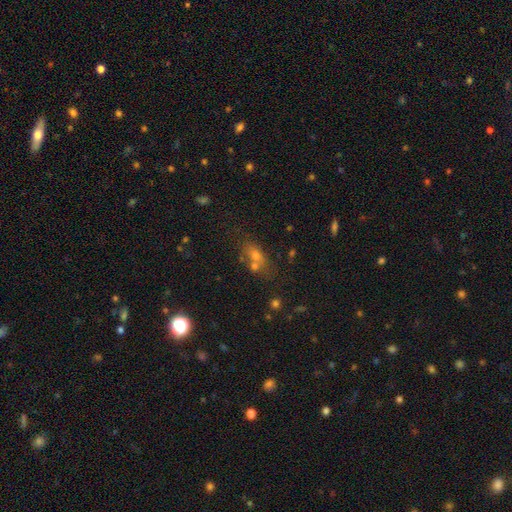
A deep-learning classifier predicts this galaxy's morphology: This is possibly a smooth galaxy (56%). How rounded: possibly in between (54%). Merging: possibly none (46%).